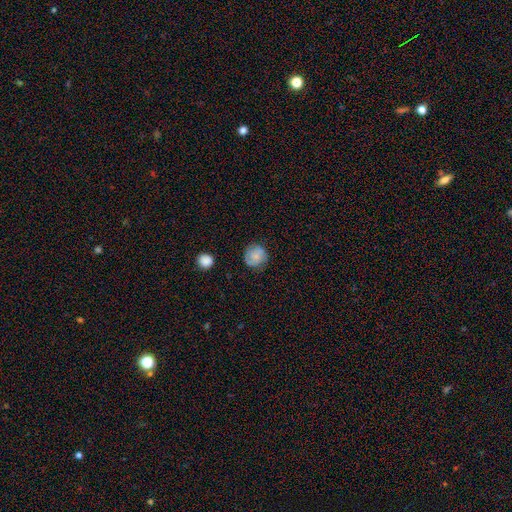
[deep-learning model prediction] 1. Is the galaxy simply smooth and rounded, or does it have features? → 65% smooth, 27% featured or disk, 8% star or artifact.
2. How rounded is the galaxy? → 89% round, 10% in between, 1% cigar-shaped.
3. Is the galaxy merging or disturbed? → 77% none, 17% minor disturbance, 5% major disturbance, 1% merger.